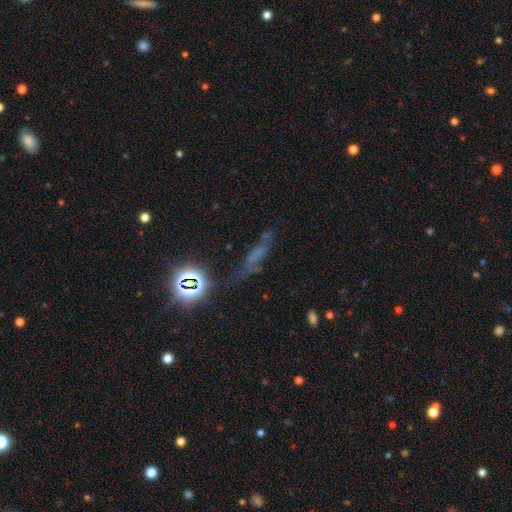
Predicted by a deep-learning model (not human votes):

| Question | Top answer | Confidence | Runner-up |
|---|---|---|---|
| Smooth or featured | star or artifact | 38% | smooth (33%) |